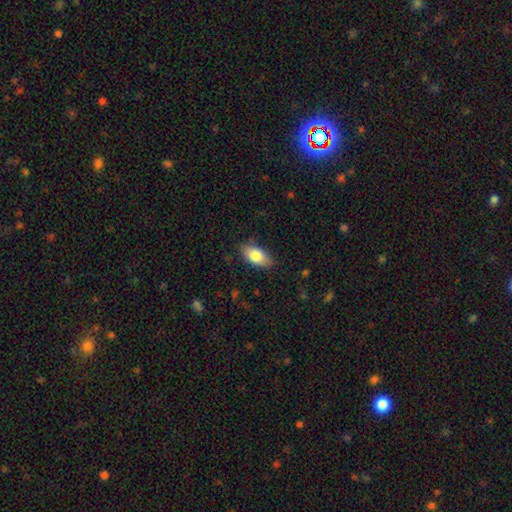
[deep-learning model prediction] smooth-or-featured: smooth: 82% | featured or disk: 12% | star or artifact: 7%
  how-rounded: in between: 92% | cigar-shaped: 4% | round: 4%
  merging: none: 85% | minor disturbance: 12% | major disturbance: 3% | merger: 1%